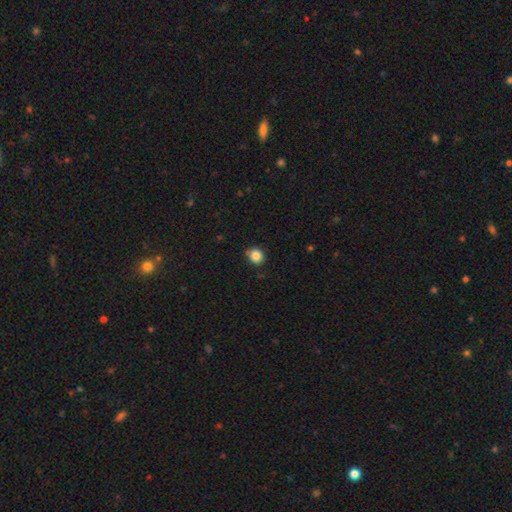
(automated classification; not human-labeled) Smooth or featured: smooth — 85% (star or artifact — 11%)
How rounded: round — 84% (in between — 15%)
Merging: none — 82% (minor disturbance — 14%)